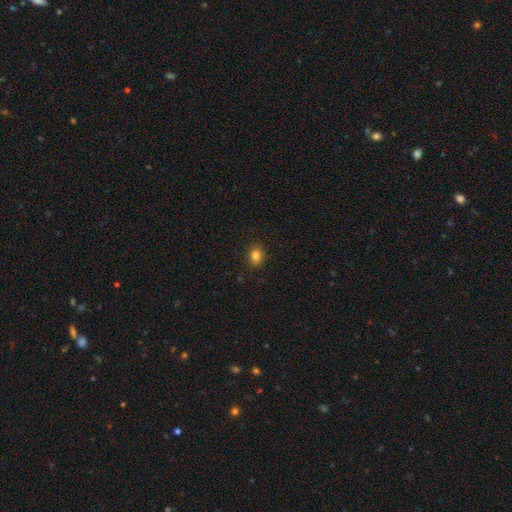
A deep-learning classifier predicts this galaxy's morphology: smooth 83%, star or artifact 11%, featured or disk 6%. Down the decision tree: how rounded — in between (53%); merging — none (89%).